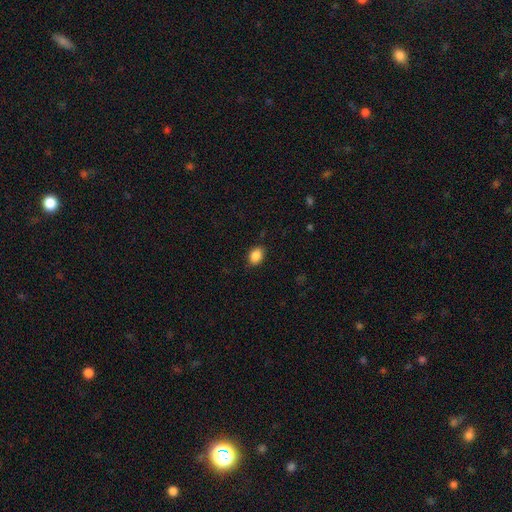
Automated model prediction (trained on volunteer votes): smooth 88%, star or artifact 8%, featured or disk 4%. Down the decision tree: how rounded — in between (70%); merging — none (86%).